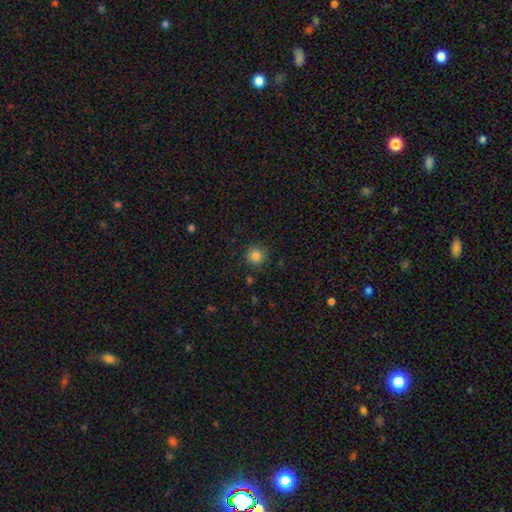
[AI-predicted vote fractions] A smooth galaxy with no disk features (84%) that is round (95%). Merging: none (90%).